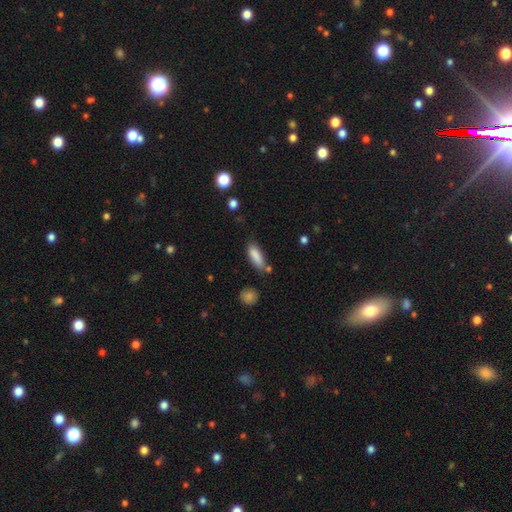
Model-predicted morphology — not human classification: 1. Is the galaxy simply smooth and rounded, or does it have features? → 86% smooth, 7% star or artifact, 7% featured or disk.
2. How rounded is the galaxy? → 58% in between, 40% cigar-shaped, 2% round.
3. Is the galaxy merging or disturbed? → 66% none, 21% minor disturbance, 8% merger, 5% major disturbance.